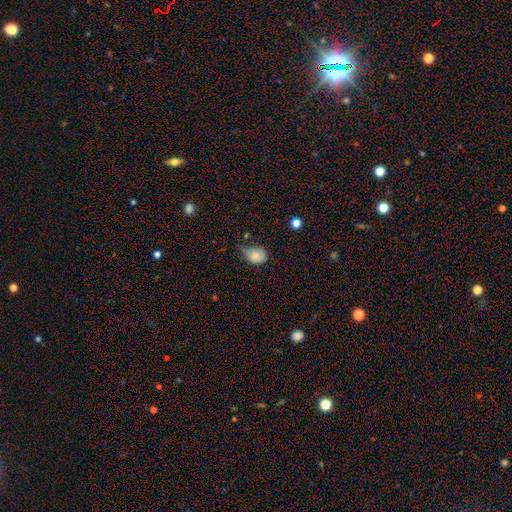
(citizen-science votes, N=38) smooth-or-featured: smooth: 87% | featured or disk: 8% | star or artifact: 5%
  how-rounded: in between: 70% | round: 30% | cigar-shaped: 0%
  merging: minor disturbance: 50% | none: 33% | major disturbance: 17% | merger: 0%